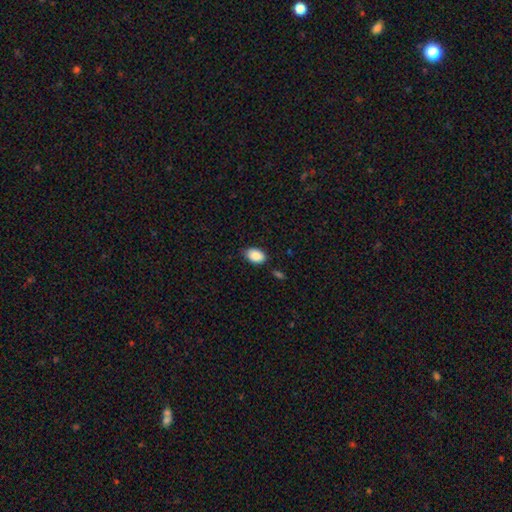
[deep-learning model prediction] Overall: smooth (89%). How rounded: in between (87%). Merging: none (82%).